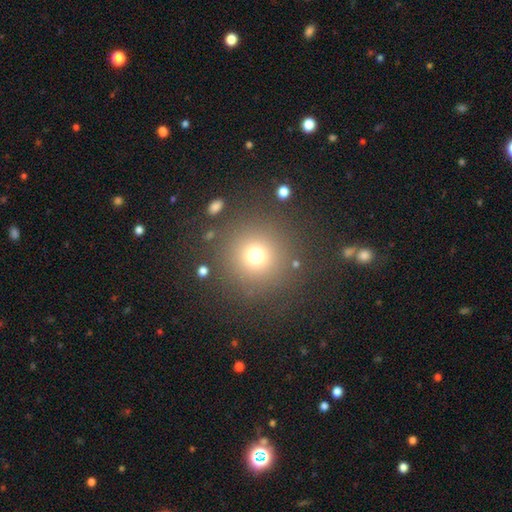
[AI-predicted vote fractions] A smooth galaxy with no disk features (72%) that is round (94%).

Vote fractions:
- Smooth or featured? smooth: 72% / star or artifact: 19% / featured or disk: 10%
- How rounded? round: 94% / in between: 5% / cigar-shaped: 1%
- Merging? none: 85% / minor disturbance: 7% / major disturbance: 5% / merger: 3%